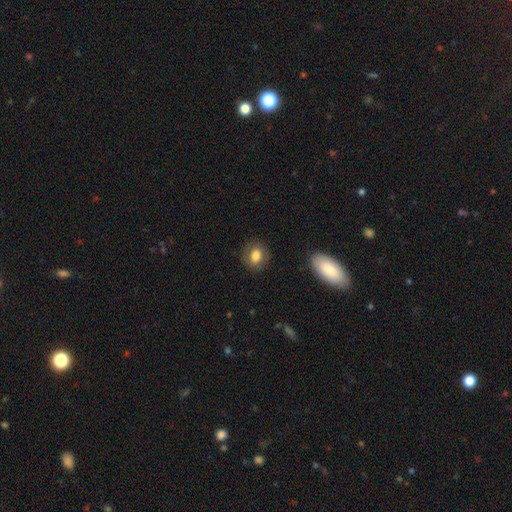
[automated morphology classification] This is likely a smooth galaxy (78%). How rounded: possibly round (56%). Merging: clearly none (85%).